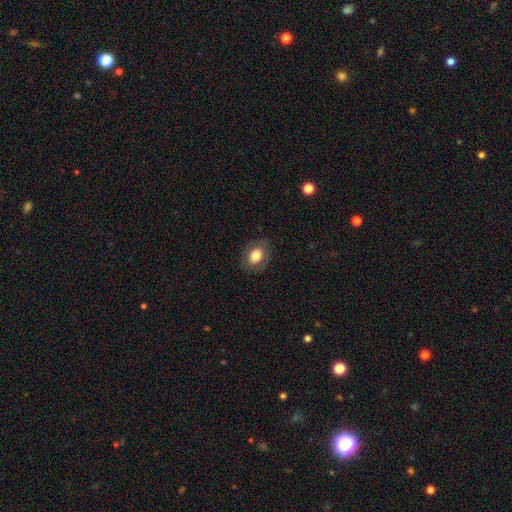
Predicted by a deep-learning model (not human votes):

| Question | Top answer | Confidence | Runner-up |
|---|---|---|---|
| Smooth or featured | smooth | 75% | featured or disk (17%) |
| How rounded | in between | 64% | round (35%) |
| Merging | none | 83% | minor disturbance (12%) |